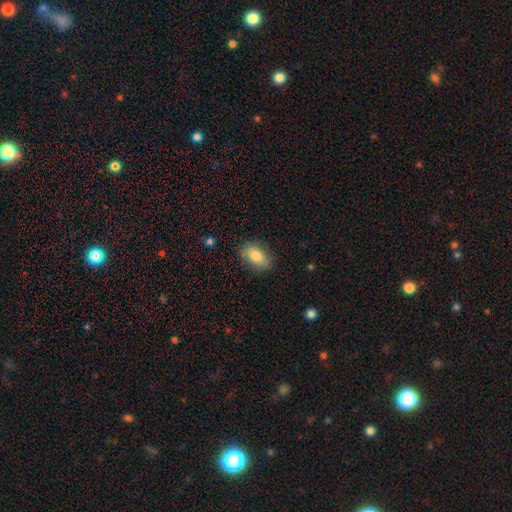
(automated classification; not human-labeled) Q: Smooth or featured?
A: smooth (82%); runner-up: featured or disk (11%)
Q: How rounded?
A: in between (89%); runner-up: round (7%)
Q: Merging?
A: none (82%); runner-up: minor disturbance (13%)